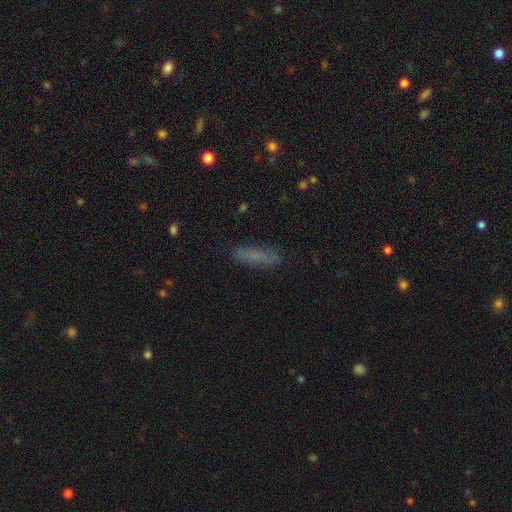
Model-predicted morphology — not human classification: Overall: smooth (73%). How rounded: cigar-shaped (68%; in between 29%). Merging: none (84%).